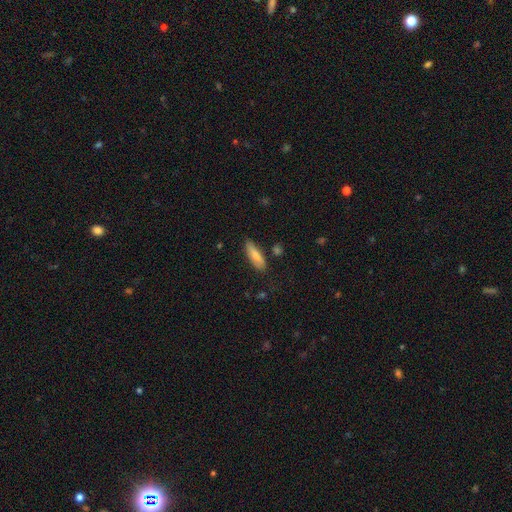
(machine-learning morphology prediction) This appears to be a smooth galaxy with no disk features (79%) that is cigar-shaped (50%). Merging: none (79%).